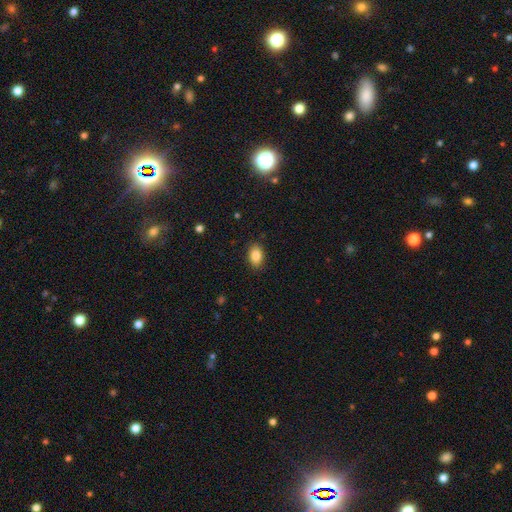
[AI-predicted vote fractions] A smooth galaxy with no disk features (86%) that is in between round and cigar-shaped (87%).

Vote fractions:
- Smooth or featured? smooth: 86% / star or artifact: 8% / featured or disk: 6%
- How rounded? in between: 87% / round: 11% / cigar-shaped: 2%
- Merging? none: 87% / minor disturbance: 9% / major disturbance: 2% / merger: 1%